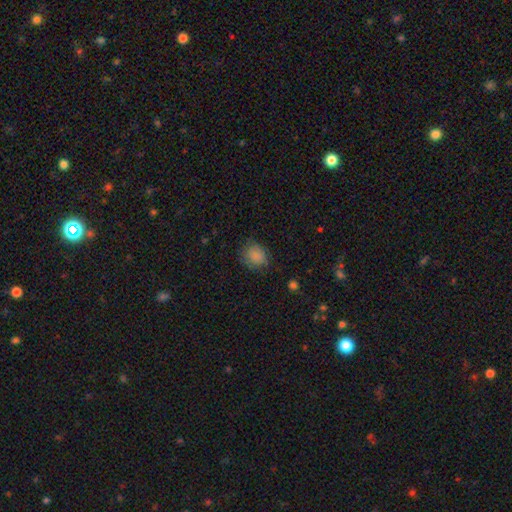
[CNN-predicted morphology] Overall: smooth (84%). How rounded: round (69%; in between 30%). Merging: none (74%).